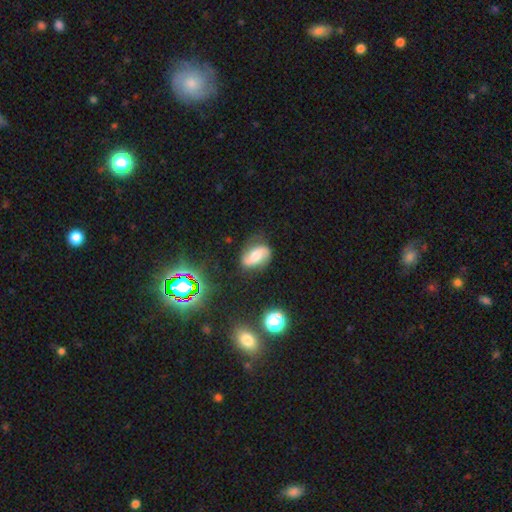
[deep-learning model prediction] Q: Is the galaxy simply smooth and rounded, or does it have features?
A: featured or disk — 66%.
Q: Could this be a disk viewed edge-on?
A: no — 96%.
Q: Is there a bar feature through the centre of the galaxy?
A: no — 41%.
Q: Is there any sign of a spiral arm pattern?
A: yes — 92%.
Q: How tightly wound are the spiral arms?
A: loose — 48%.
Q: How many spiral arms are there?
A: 2 — 90%.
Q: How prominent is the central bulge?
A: moderate — 52%.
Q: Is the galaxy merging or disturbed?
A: none — 73%.